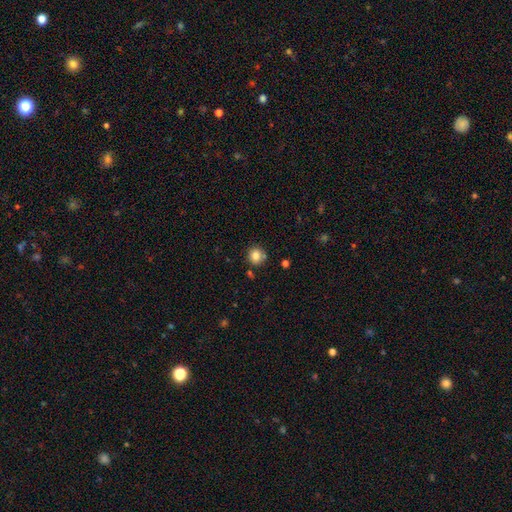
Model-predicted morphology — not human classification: This is clearly a smooth galaxy (81%). How rounded: clearly round (90%). Merging: likely none (79%).